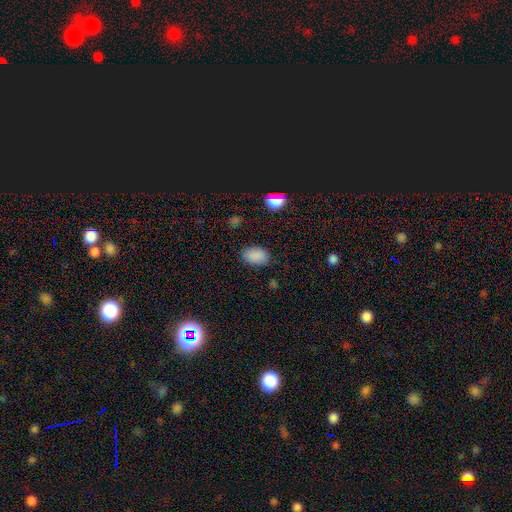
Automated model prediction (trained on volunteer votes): A smooth galaxy with no disk features (86%) that is in between round and cigar-shaped (88%).

Vote fractions:
- Smooth or featured? smooth: 86% / star or artifact: 11% / featured or disk: 4%
- How rounded? in between: 88% / round: 11% / cigar-shaped: 1%
- Merging? none: 84% / minor disturbance: 12% / major disturbance: 3% / merger: 1%